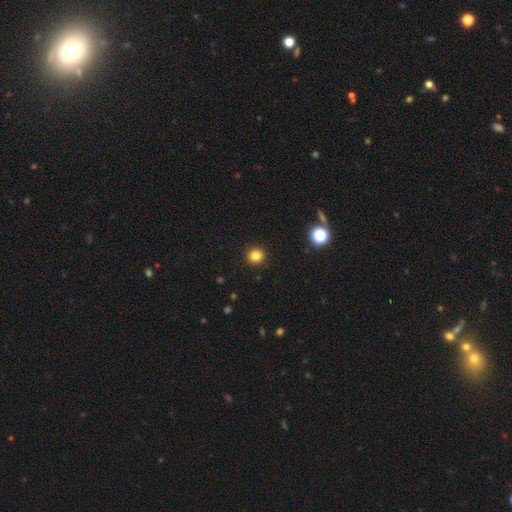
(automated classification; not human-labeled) Overall: smooth (83%). How rounded: round (94%). Merging: none (93%).